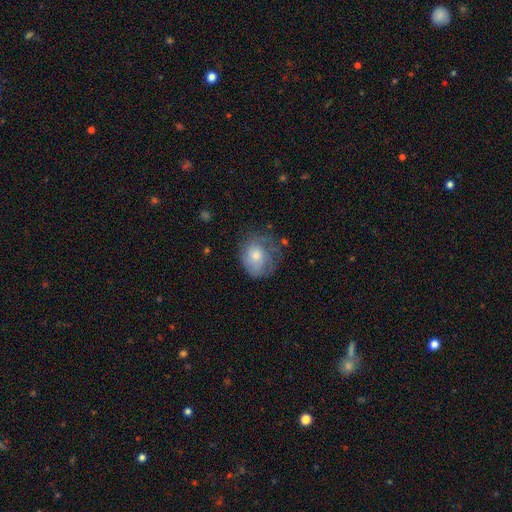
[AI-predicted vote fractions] Q: Smooth or featured?
A: smooth (55%); runner-up: featured or disk (37%)
Q: How rounded?
A: round (59%); runner-up: in between (40%)
Q: Merging?
A: none (51%); runner-up: minor disturbance (28%)